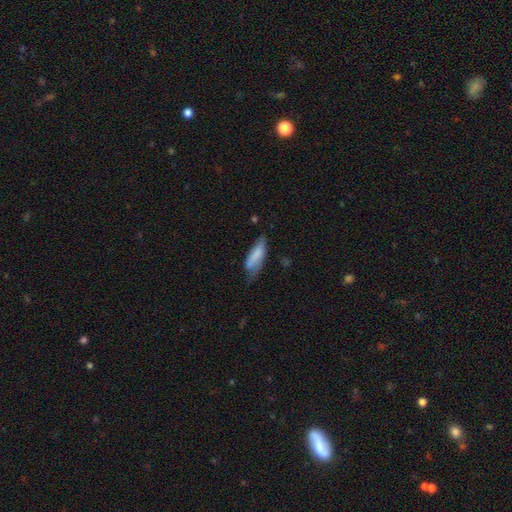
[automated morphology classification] This appears to be a smooth galaxy with no disk features (73%) that is in between round and cigar-shaped (62%). Merging: minor disturbance (40%).